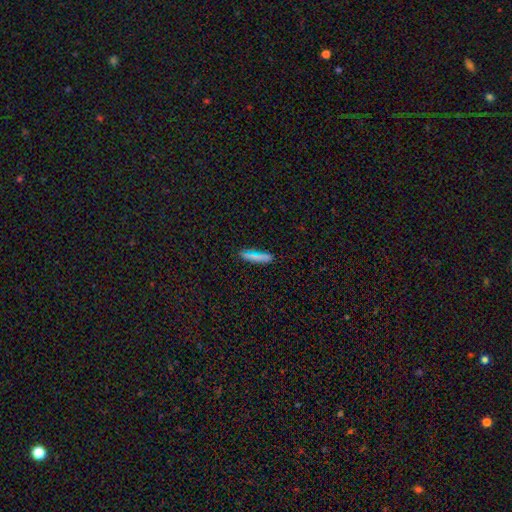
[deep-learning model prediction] Morphology: type=smooth (73%); roundness=cigar-shaped (74%); merging=none (82%).